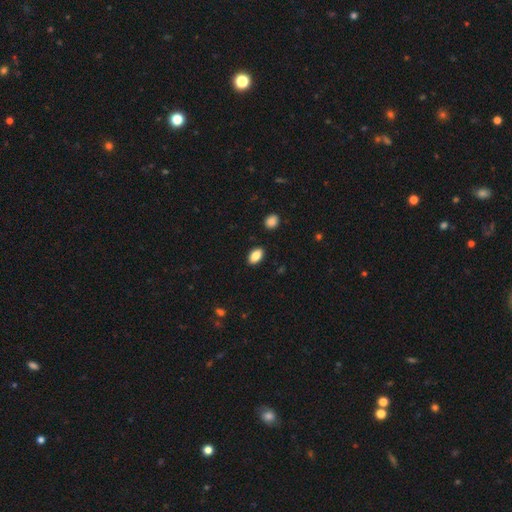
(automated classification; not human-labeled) Smooth or featured? smooth (87%)
How rounded? in between (91%)
Merging? none (89%)